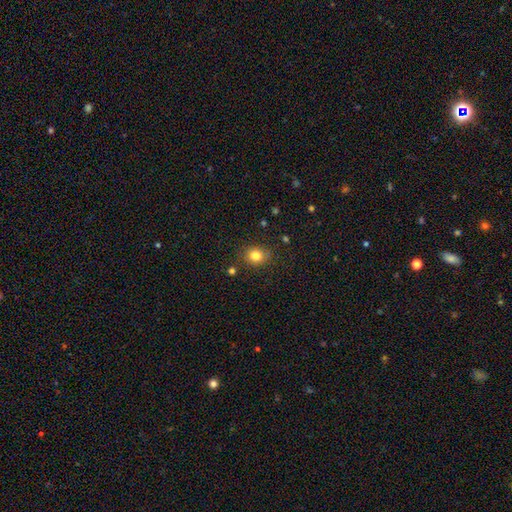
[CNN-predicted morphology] This is clearly a smooth galaxy (82%). How rounded: likely round (62%). Merging: clearly none (83%).